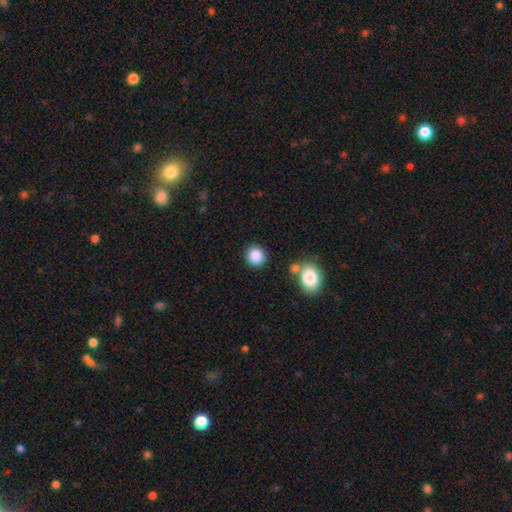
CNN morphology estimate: Smooth or featured? Predicted: smooth (p=0.86). How rounded? Predicted: round (p=0.88). Merging? Predicted: none (p=0.84).